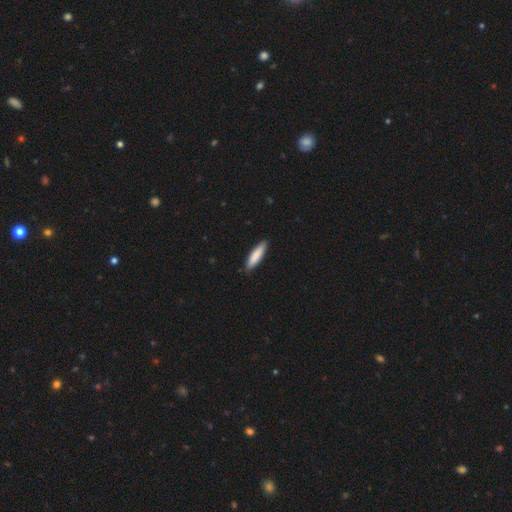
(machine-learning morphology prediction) Q: Smooth or featured?
A: smooth (85%); runner-up: featured or disk (10%)
Q: How rounded?
A: cigar-shaped (75%); runner-up: in between (24%)
Q: Merging?
A: none (88%); runner-up: minor disturbance (10%)